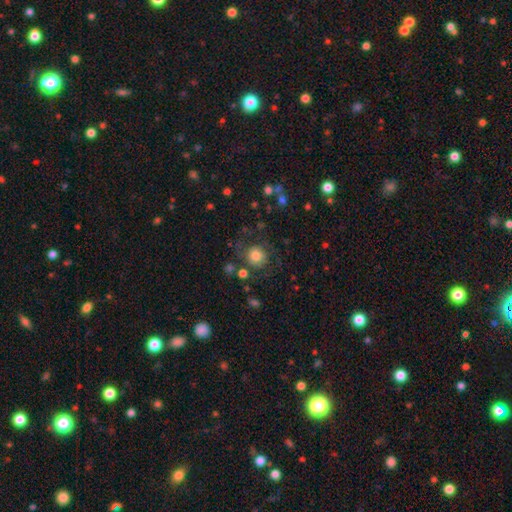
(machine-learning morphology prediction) The model was most divided on "smooth or featured": smooth: 59%, featured or disk: 30%, star or artifact: 10%. More confident: how rounded — round (87%); merging — none (66%).